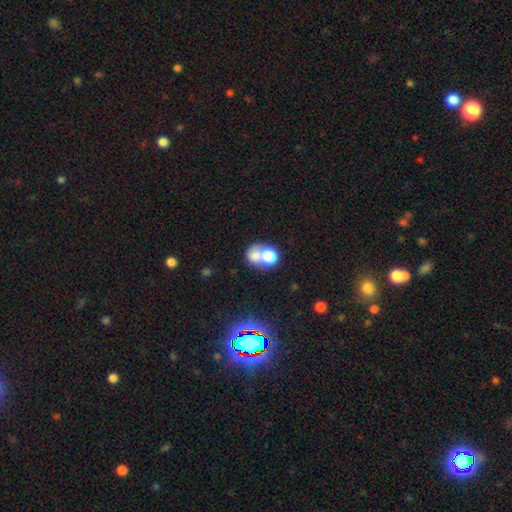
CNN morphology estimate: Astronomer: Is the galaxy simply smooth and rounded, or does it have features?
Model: smooth — 69%.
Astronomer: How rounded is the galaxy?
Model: round — 64%.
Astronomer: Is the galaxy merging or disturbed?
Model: merger — 61%.